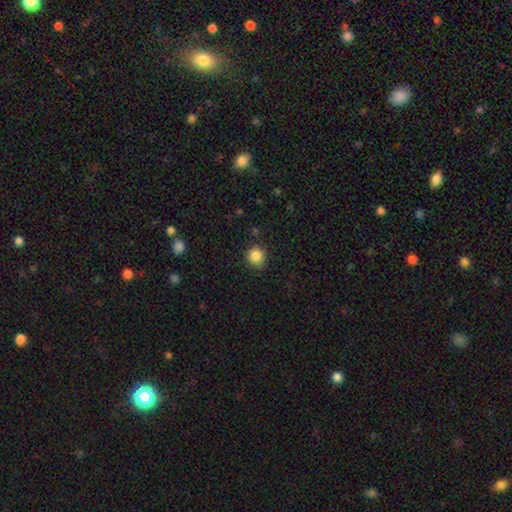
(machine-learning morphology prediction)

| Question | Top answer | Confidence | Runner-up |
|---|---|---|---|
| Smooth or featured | smooth | 86% | star or artifact (10%) |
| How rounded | round | 90% | in between (9%) |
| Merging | none | 84% | minor disturbance (12%) |